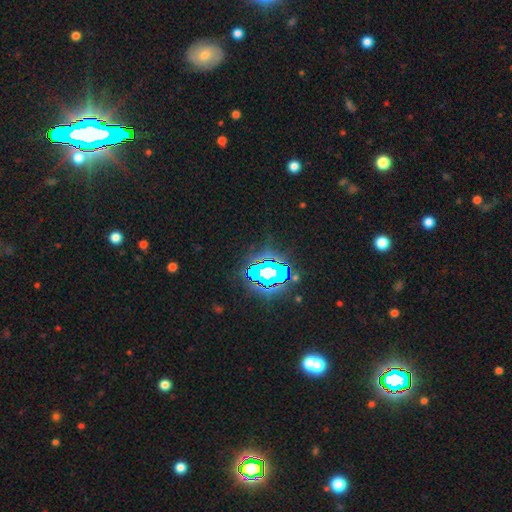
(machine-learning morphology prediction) smooth-or-featured: star or artifact: 83% | smooth: 10% | featured or disk: 7%